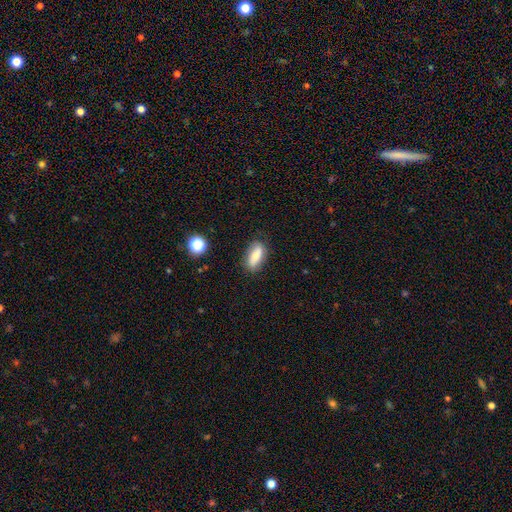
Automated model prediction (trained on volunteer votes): A smooth galaxy with no disk features (73%) that is in between round and cigar-shaped (77%).

Vote fractions:
- Smooth or featured? smooth: 73% / featured or disk: 19% / star or artifact: 8%
- How rounded? in between: 77% / cigar-shaped: 19% / round: 4%
- Merging? none: 78% / minor disturbance: 16% / major disturbance: 4% / merger: 2%